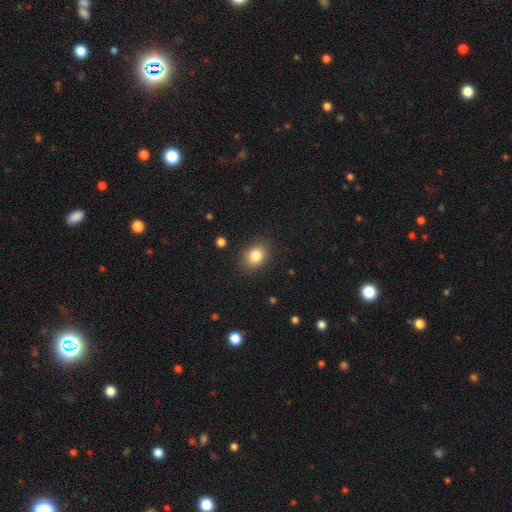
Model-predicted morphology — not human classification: This is clearly a smooth galaxy (83%). How rounded: likely in between (61%). Merging: clearly none (86%).